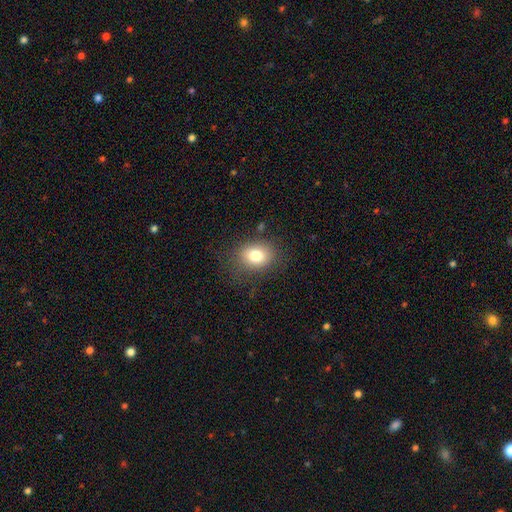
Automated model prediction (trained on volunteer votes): Overall: smooth (79%). How rounded: in between (55%; round 44%). Merging: none (77%).